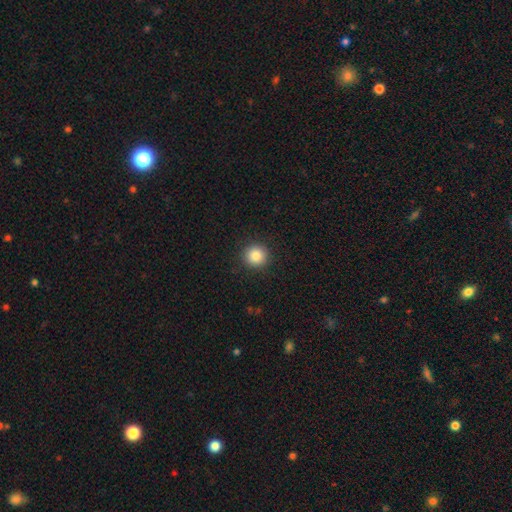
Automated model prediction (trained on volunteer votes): smooth_or_featured: smooth (p=0.85) [alt: star or artifact p=0.10]
how_rounded: round (p=0.94) [alt: in between p=0.05]
merging: none (p=0.92) [alt: minor disturbance p=0.05]